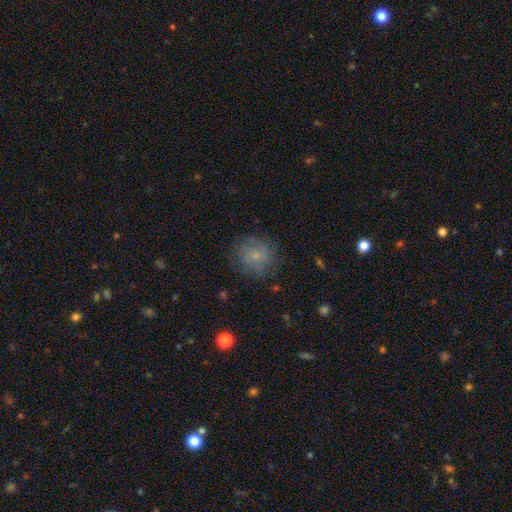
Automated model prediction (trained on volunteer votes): Q: Smooth or featured?
A: smooth (64%); runner-up: featured or disk (25%)
Q: How rounded?
A: round (86%); runner-up: in between (13%)
Q: Merging?
A: none (75%); runner-up: minor disturbance (16%)